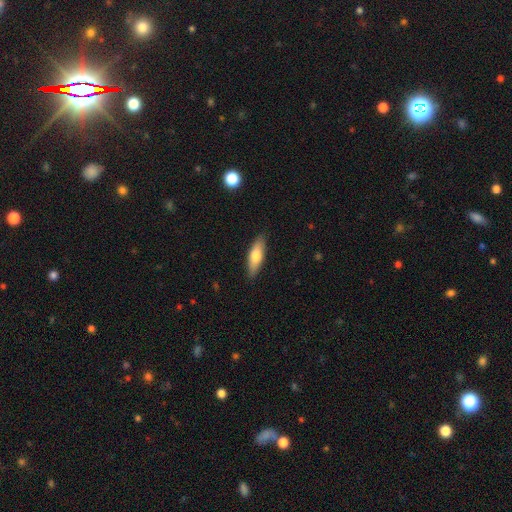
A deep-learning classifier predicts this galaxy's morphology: Smooth or featured?
  - smooth: 70% *
  - featured or disk: 25%
  - star or artifact: 6%
How rounded?
  - in between: 54% *
  - cigar-shaped: 44%
  - round: 2%
Merging?
  - none: 87% *
  - minor disturbance: 10%
  - major disturbance: 2%
  - merger: 1%